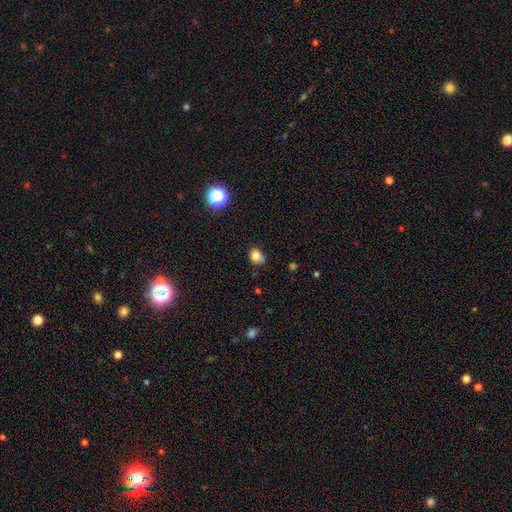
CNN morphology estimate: Smooth or featured: smooth — 80% (star or artifact — 13%)
How rounded: in between — 53% (round — 46%)
Merging: none — 56% (minor disturbance — 32%)